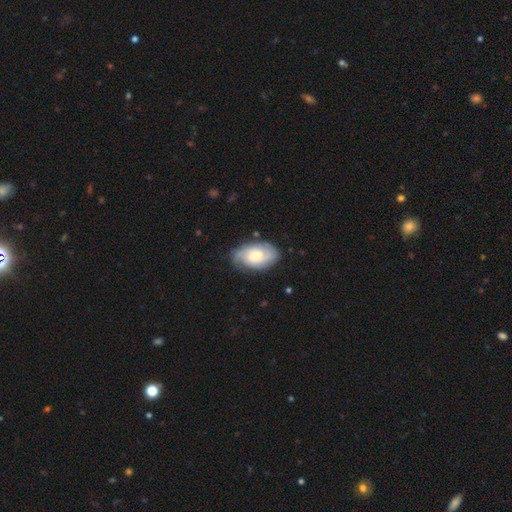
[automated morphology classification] This appears to be a featured or disk galaxy (65%) with no bar (73%), 2 (41%) tight (54%) spiral arms (89%) and a moderate central bulge (53%). Merging: none (72%).